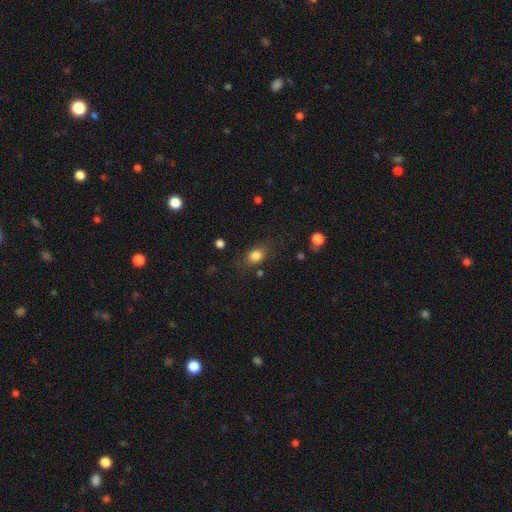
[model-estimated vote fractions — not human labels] This is clearly a smooth galaxy (82%). How rounded: likely in between (62%). Merging: likely none (75%).